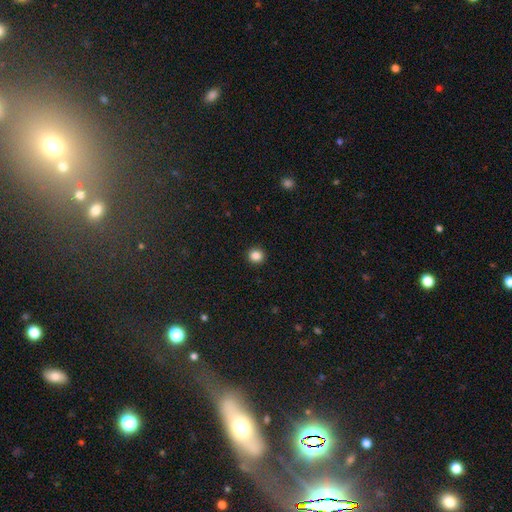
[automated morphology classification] Smooth or featured?
  - smooth: 86% *
  - star or artifact: 11%
  - featured or disk: 3%
How rounded?
  - round: 91% *
  - in between: 8%
  - cigar-shaped: 1%
Merging?
  - none: 93% *
  - minor disturbance: 5%
  - major disturbance: 2%
  - merger: 1%